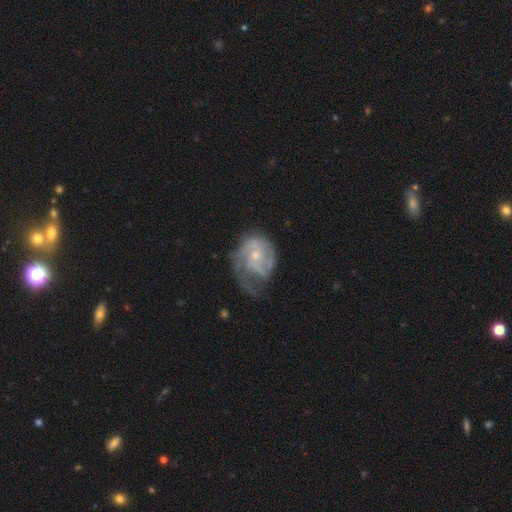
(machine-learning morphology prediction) type=featured or disk (77%); edge-on=no (98%); bar=no (68%); spiral arms=yes (88%); winding=medium (42%); arm count=2 (41%); bulge=small (61%); merging=none (39%).